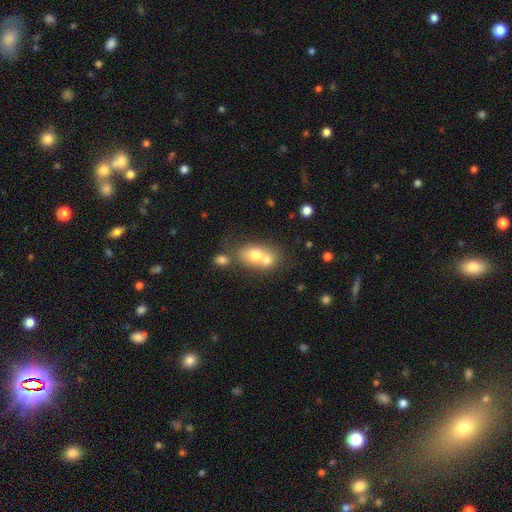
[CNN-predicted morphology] This appears to be a smooth galaxy with no disk features (68%) that is in between round and cigar-shaped (59%). Merging: merger (62%).